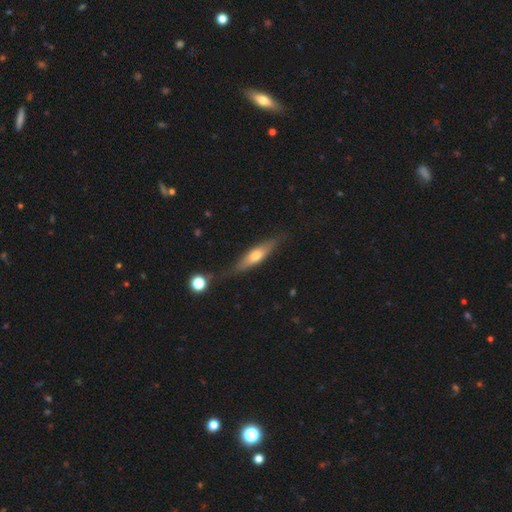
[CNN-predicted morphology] A smooth galaxy with no disk features (50%). Merging: none (71%).